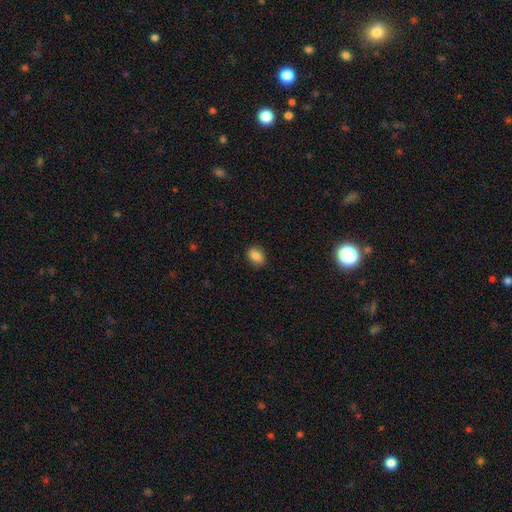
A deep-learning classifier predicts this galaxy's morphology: Smooth or featured?
  - smooth: 85% *
  - star or artifact: 9%
  - featured or disk: 6%
How rounded?
  - in between: 73% *
  - round: 26%
  - cigar-shaped: 2%
Merging?
  - none: 87% *
  - minor disturbance: 10%
  - major disturbance: 2%
  - merger: 1%